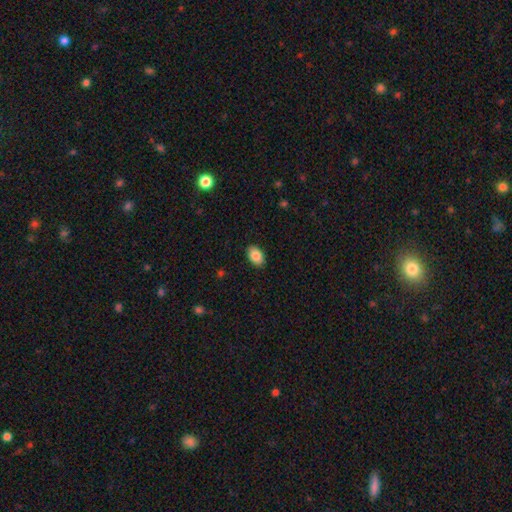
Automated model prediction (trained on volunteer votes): This appears to be a smooth galaxy with no disk features (86%) that is in between round and cigar-shaped (90%). Merging: none (89%).